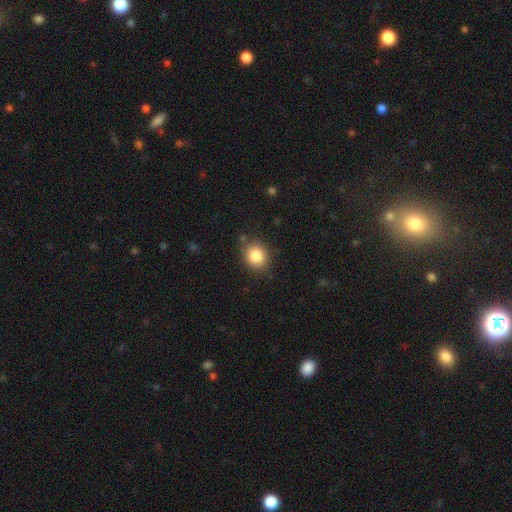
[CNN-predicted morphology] This appears to be a smooth galaxy with no disk features (85%) that is round (72%). Merging: none (84%).